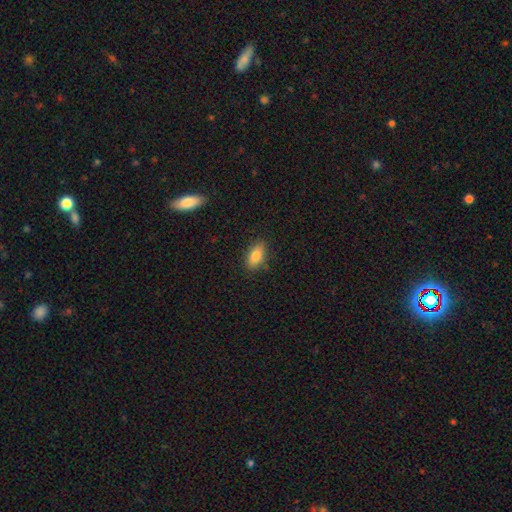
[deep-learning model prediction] A smooth galaxy with no disk features (85%) that is in between round and cigar-shaped (88%). Merging: none (85%).